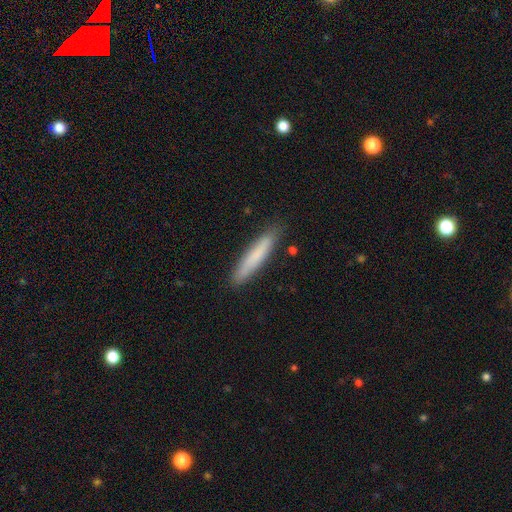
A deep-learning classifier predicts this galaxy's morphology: Q: Smooth or featured?
A: smooth (75%); runner-up: featured or disk (19%)
Q: How rounded?
A: cigar-shaped (92%); runner-up: in between (7%)
Q: Merging?
A: none (87%); runner-up: minor disturbance (10%)